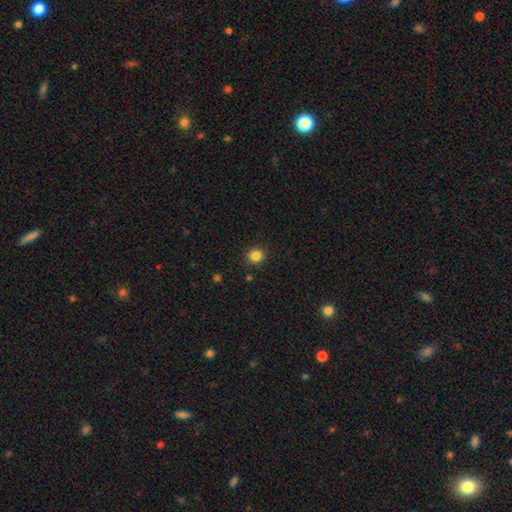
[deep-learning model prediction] Smooth or featured? smooth (84%)
How rounded? round (93%)
Merging? none (91%)